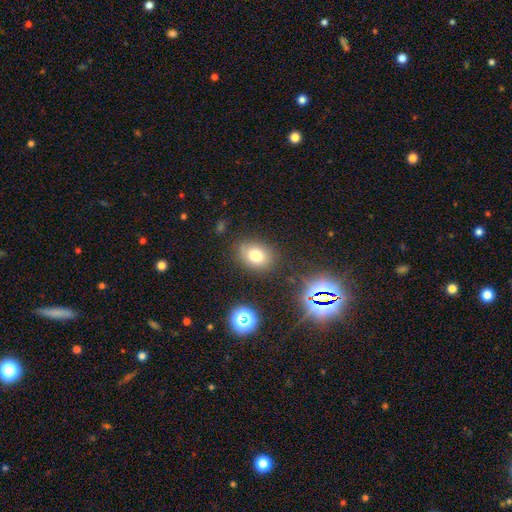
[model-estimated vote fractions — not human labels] Smooth or featured? smooth (74%)
How rounded? in between (65%)
Merging? none (82%)